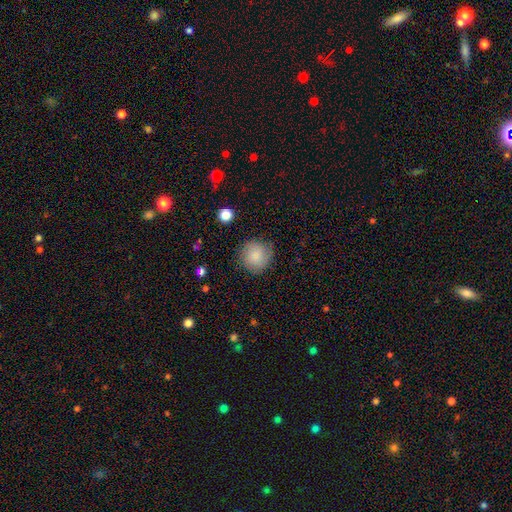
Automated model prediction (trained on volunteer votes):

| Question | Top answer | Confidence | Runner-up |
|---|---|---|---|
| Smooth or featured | smooth | 82% | featured or disk (10%) |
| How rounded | round | 92% | in between (7%) |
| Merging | none | 81% | minor disturbance (14%) |